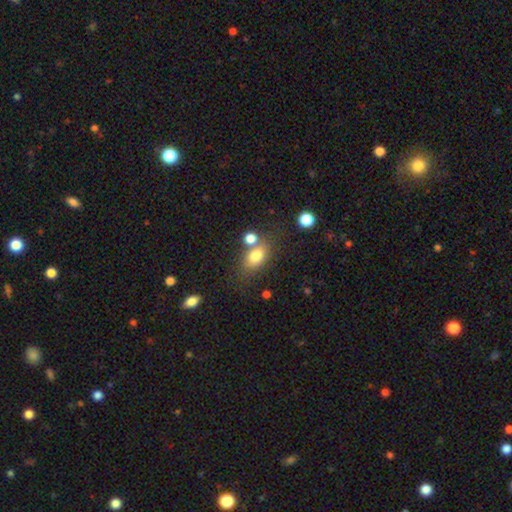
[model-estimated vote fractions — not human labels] Smooth or featured?
  - smooth: 77% *
  - featured or disk: 13%
  - star or artifact: 11%
How rounded?
  - in between: 76% *
  - round: 21%
  - cigar-shaped: 3%
Merging?
  - none: 59% *
  - merger: 22%
  - minor disturbance: 14%
  - major disturbance: 5%